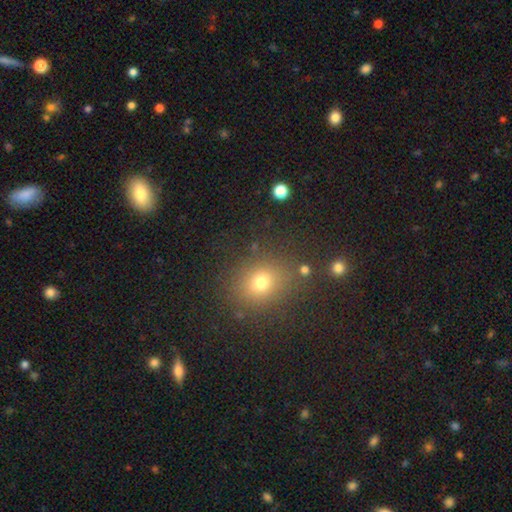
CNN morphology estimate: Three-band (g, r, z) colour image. It shows a smooth galaxy with no disk features (59%) that is round (78%). Merging: none (85%).